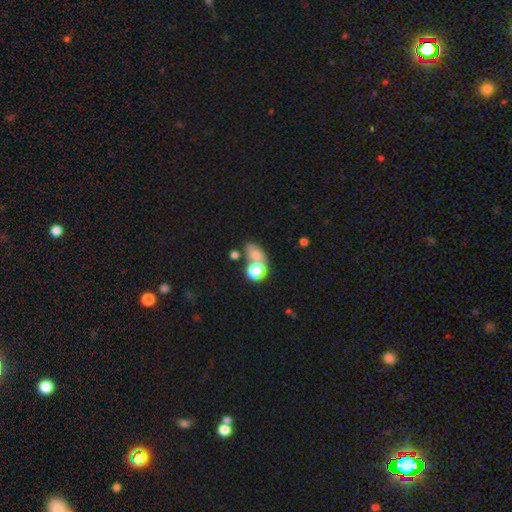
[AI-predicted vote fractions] The model was most divided on "merging": none: 42%, merger: 36%, minor disturbance: 13%, major disturbance: 8%. More confident: how rounded — in between (68%); smooth or featured — smooth (68%).